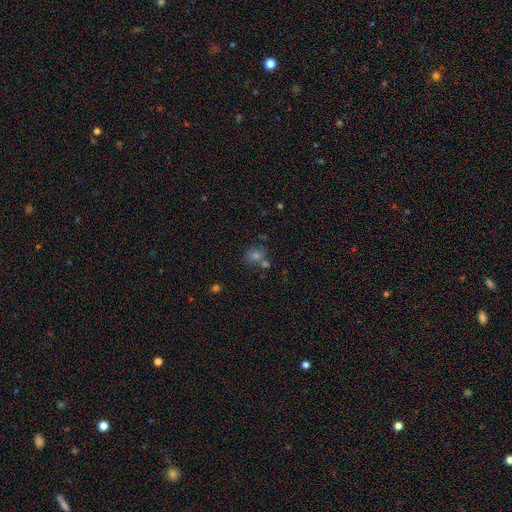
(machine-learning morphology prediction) The model was most divided on "smooth or featured": smooth: 63%, star or artifact: 26%, featured or disk: 12%. More confident: how rounded — round (73%); merging — none (62%).